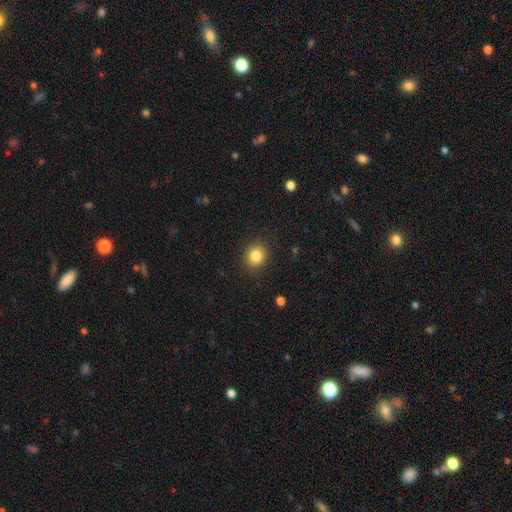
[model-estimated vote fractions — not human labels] Q: Smooth or featured?
A: smooth (84%); runner-up: star or artifact (11%)
Q: How rounded?
A: round (82%); runner-up: in between (17%)
Q: Merging?
A: none (88%); runner-up: minor disturbance (8%)